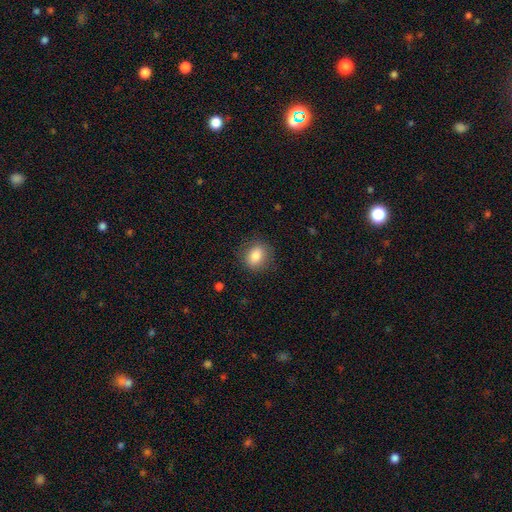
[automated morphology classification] smooth-or-featured: smooth: 83% | star or artifact: 9% | featured or disk: 8%
  how-rounded: round: 59% | in between: 40% | cigar-shaped: 1%
  merging: none: 85% | minor disturbance: 11% | major disturbance: 4% | merger: 1%